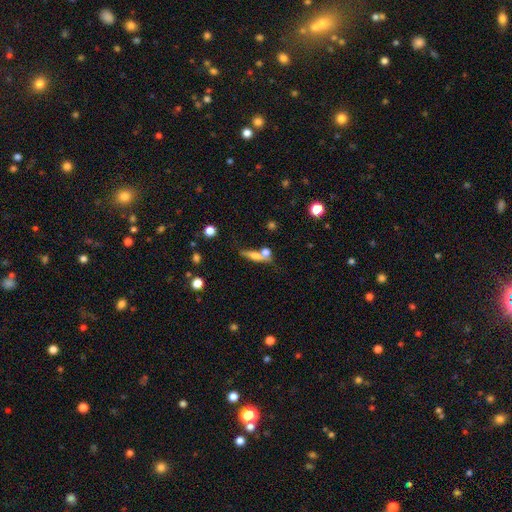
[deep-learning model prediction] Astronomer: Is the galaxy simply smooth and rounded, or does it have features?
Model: smooth — 63%.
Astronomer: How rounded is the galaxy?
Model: cigar-shaped — 61%.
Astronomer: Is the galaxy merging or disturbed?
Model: none — 47% (runner-up: merger, 30%).